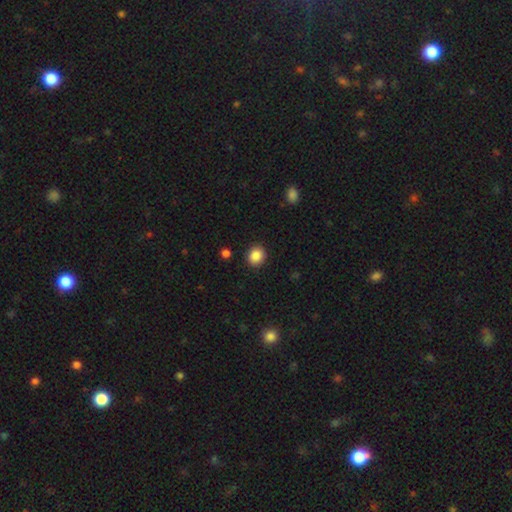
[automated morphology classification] A smooth galaxy with no disk features (87%) that is round (76%).

Vote fractions:
- Smooth or featured? smooth: 87% / star or artifact: 9% / featured or disk: 3%
- How rounded? round: 76% / in between: 23% / cigar-shaped: 1%
- Merging? none: 90% / minor disturbance: 7% / major disturbance: 2% / merger: 1%